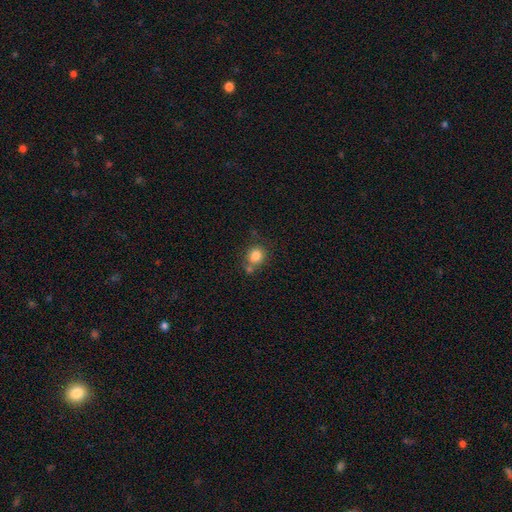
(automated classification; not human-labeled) smooth 82%, star or artifact 10%, featured or disk 7%. Down the decision tree: how rounded — round (79%); merging — none (59%).